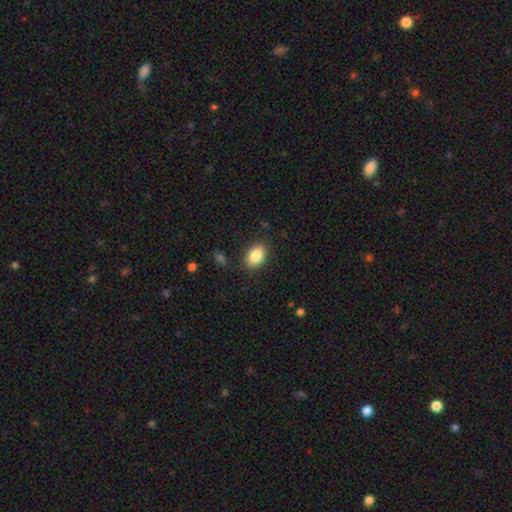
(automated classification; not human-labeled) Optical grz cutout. It shows a smooth galaxy with no disk features (85%) that is in between round and cigar-shaped (85%). Merging: none (86%).